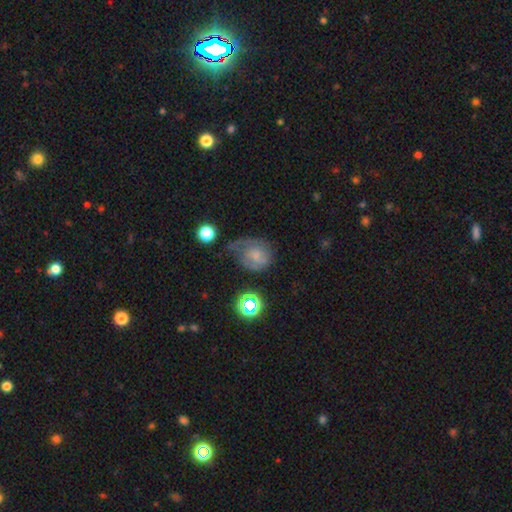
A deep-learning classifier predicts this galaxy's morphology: Smooth or featured: smooth — 49% (featured or disk — 38%)
Merging: none — 34% (minor disturbance — 33%)